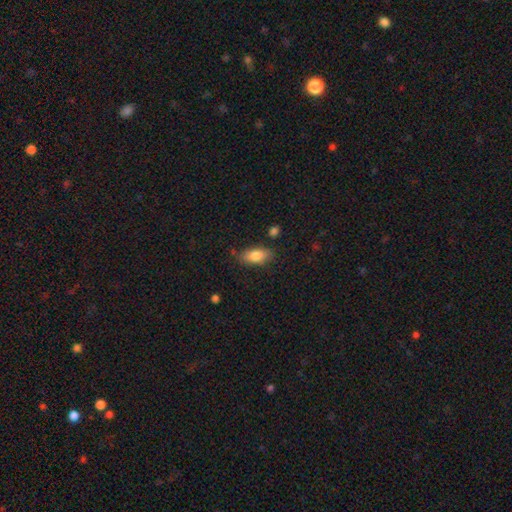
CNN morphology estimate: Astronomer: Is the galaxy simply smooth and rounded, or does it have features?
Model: smooth — 82%.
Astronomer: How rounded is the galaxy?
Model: in between — 87%.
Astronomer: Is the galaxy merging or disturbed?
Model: none — 81%.